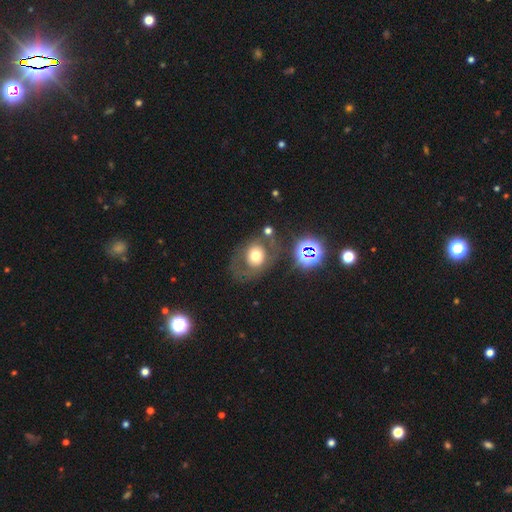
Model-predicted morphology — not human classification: smooth 54%, featured or disk 31%, star or artifact 15%. Down the decision tree: how rounded — round (57%); merging — none (62%).